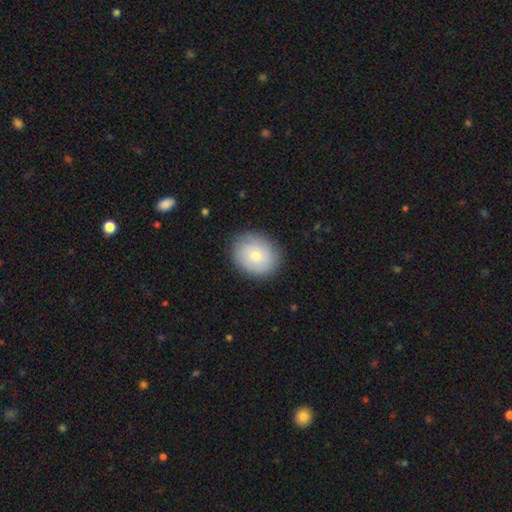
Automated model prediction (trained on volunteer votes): Morphology: type=smooth (78%); roundness=round (58%); merging=none (86%).